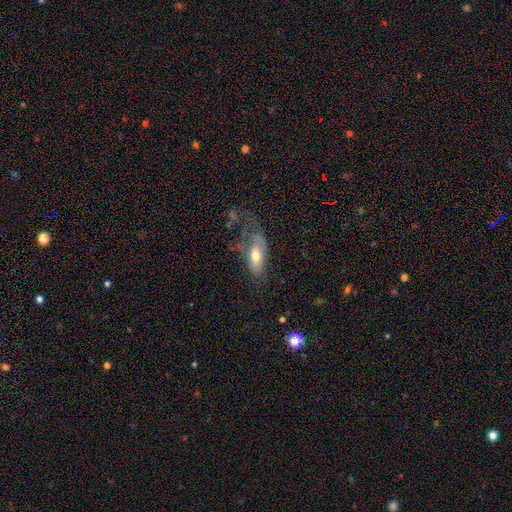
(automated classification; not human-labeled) Smooth or featured: smooth — 61% (featured or disk — 33%)
How rounded: in between — 81% (cigar-shaped — 15%)
Merging: major disturbance — 42% (none — 29%)